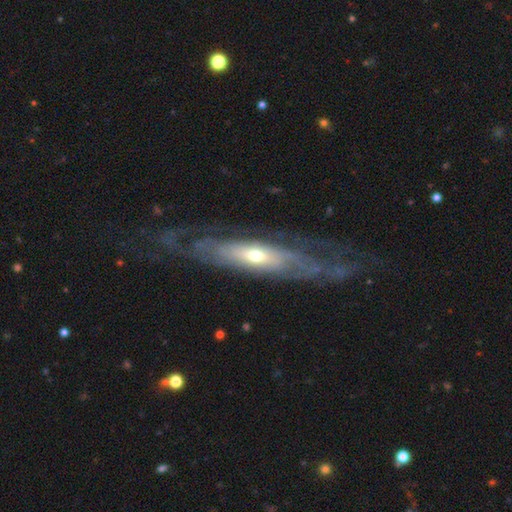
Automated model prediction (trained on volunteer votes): smooth-or-featured: featured or disk: 78% | smooth: 16% | star or artifact: 6%
  disk-edge-on: no: 67% | yes: 33%
    bar: no: 68% | weak: 22% | strong: 10%
    has-spiral-arms: yes: 76% | no: 24%
    bulge-size: moderate: 52% | small: 40% | large: 5% | dominant: 1% | none: 1%
  merging: none: 63% | minor disturbance: 18% | major disturbance: 18% | merger: 2%